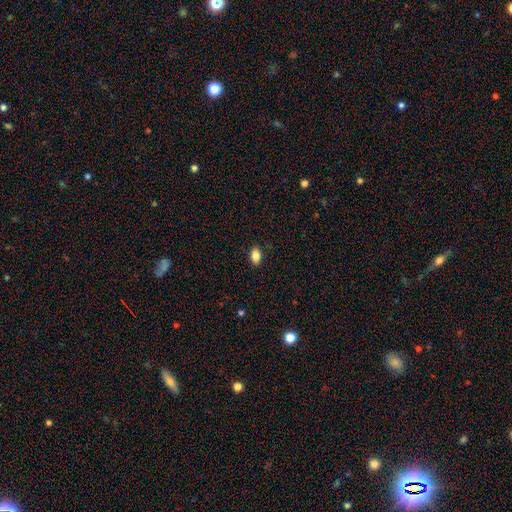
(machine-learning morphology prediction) A smooth galaxy with no disk features (84%) that is in between round and cigar-shaped (89%). Merging: none (88%).